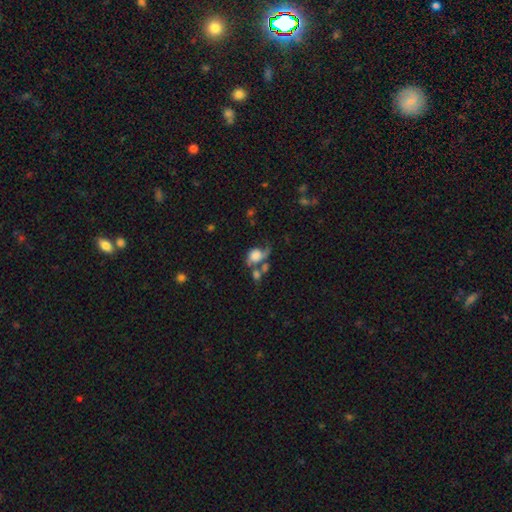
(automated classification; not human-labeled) Smooth or featured? Predicted: smooth (p=0.49). Merging? Predicted: major disturbance (p=0.32).